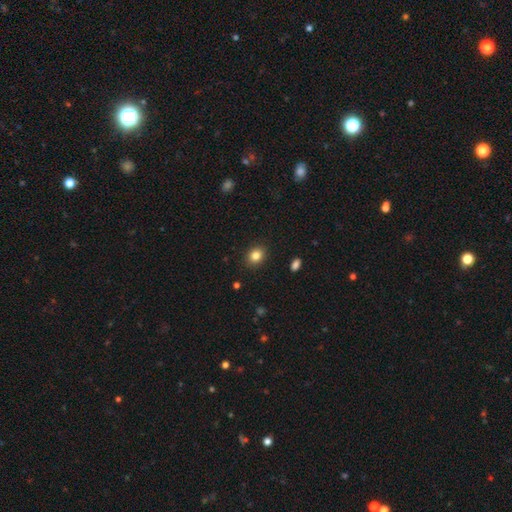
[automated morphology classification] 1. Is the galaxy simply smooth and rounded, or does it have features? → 84% smooth, 10% star or artifact, 6% featured or disk.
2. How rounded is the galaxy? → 52% round, 47% in between, 1% cigar-shaped.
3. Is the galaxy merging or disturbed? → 89% none, 8% minor disturbance, 2% major disturbance, 1% merger.